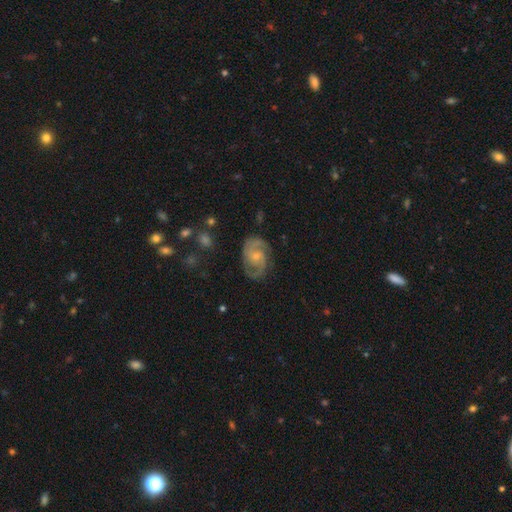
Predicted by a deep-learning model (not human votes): Q: Smooth or featured?
A: featured or disk (89%); runner-up: smooth (7%)
Q: Edge-on disk?
A: no (98%); runner-up: yes (2%)
Q: Bar?
A: no (57%); runner-up: weak (36%)
Q: Spiral arms?
A: yes (97%); runner-up: no (3%)
Q: Spiral winding?
A: medium (53%); runner-up: tight (35%)
Q: Spiral arm count?
A: 2 (89%); runner-up: can't tell (4%)
Q: Bulge size?
A: small (56%); runner-up: moderate (36%)
Q: Merging?
A: none (79%); runner-up: minor disturbance (14%)